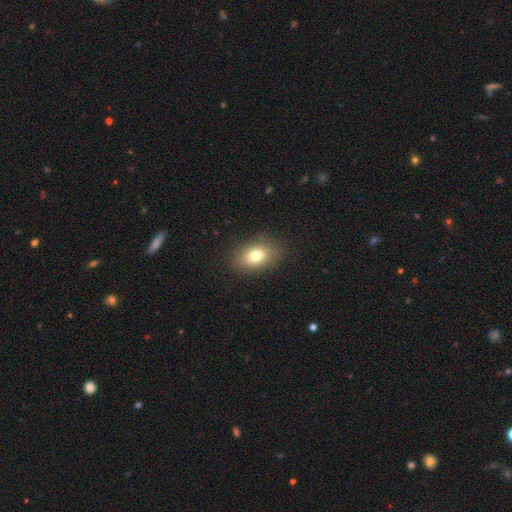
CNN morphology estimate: Smooth or featured?
  - smooth: 78% *
  - featured or disk: 12%
  - star or artifact: 11%
How rounded?
  - in between: 79% *
  - round: 20%
  - cigar-shaped: 2%
Merging?
  - none: 85% *
  - minor disturbance: 10%
  - major disturbance: 3%
  - merger: 1%